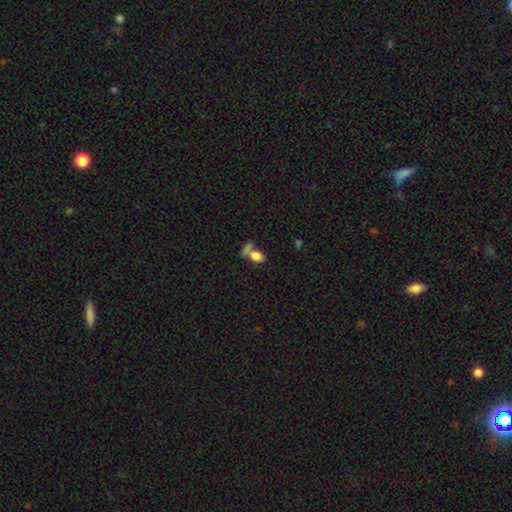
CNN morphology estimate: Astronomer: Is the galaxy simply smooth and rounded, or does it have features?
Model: smooth — 80%.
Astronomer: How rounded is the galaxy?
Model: in between — 82%.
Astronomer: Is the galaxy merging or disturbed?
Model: merger — 43% (runner-up: none, 36%).